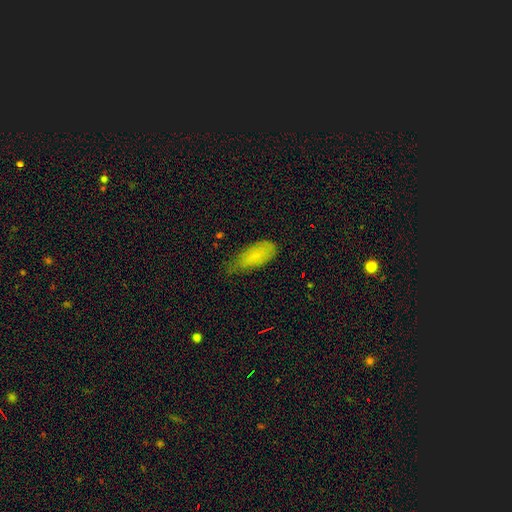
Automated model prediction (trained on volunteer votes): This appears to be a smooth galaxy with no disk features (77%) that is in between round and cigar-shaped (84%). Merging: none (44%, tied with minor disturbance).